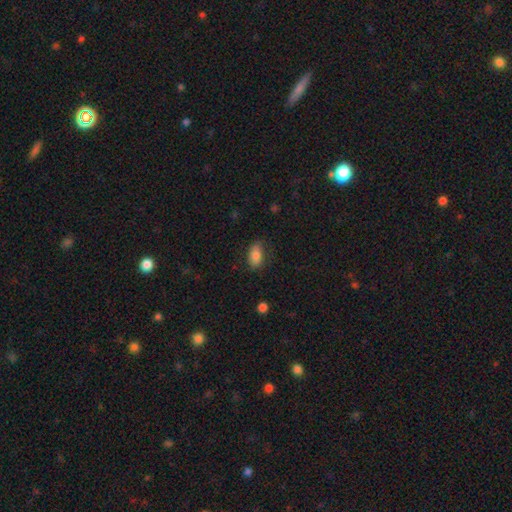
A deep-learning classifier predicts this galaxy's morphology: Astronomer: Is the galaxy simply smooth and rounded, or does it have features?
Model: smooth — 81%.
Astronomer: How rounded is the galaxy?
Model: in between — 89%.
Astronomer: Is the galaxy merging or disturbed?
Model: none — 74%.